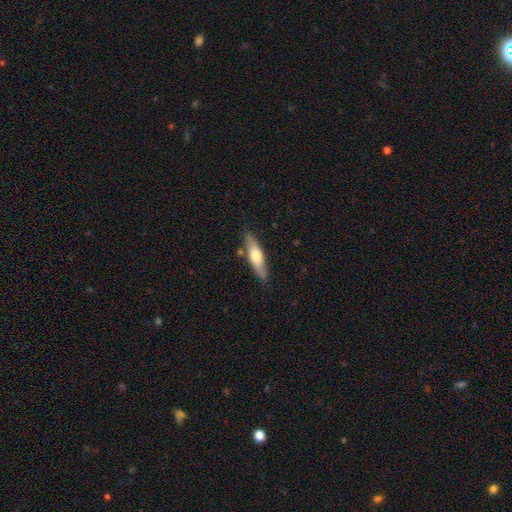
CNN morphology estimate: This is possibly a smooth galaxy (56%). How rounded: likely cigar-shaped (64%). Merging: clearly none (81%).